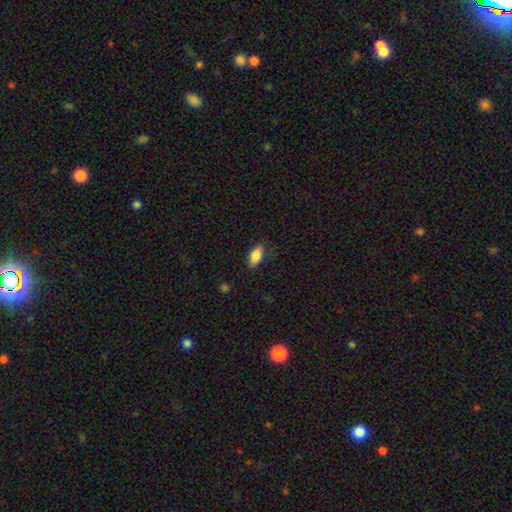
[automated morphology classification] This appears to be a smooth galaxy with no disk features (84%) that is in between round and cigar-shaped (87%). Merging: none (79%).